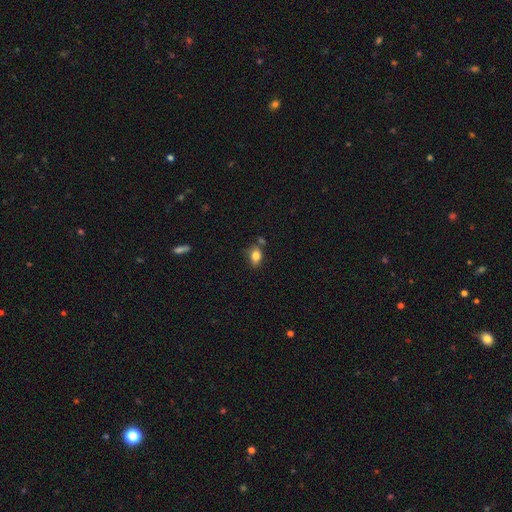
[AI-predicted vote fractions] Smooth or featured? smooth (81%)
How rounded? in between (77%)
Merging? none (64%)